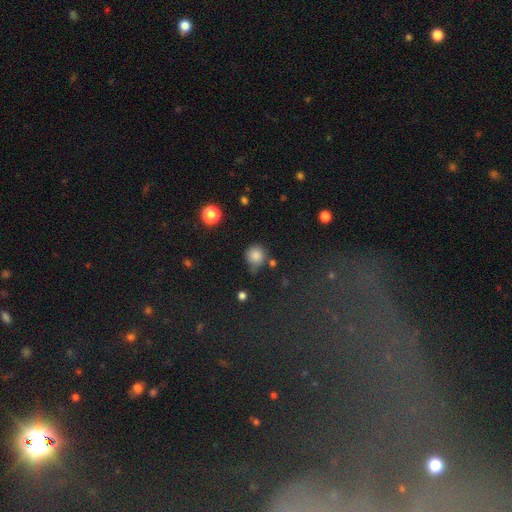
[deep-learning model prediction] smooth-or-featured: smooth: 83% | star or artifact: 11% | featured or disk: 6%
  how-rounded: round: 87% | in between: 12% | cigar-shaped: 1%
  merging: none: 54% | minor disturbance: 31% | major disturbance: 9% | merger: 7%